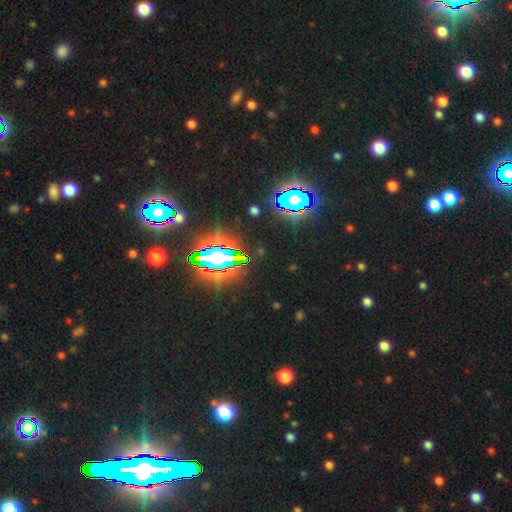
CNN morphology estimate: This appears to be a star or artifact, not a galaxy (85%).